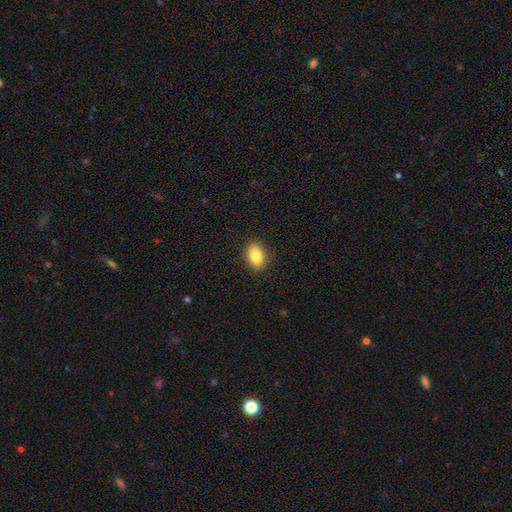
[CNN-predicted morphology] This is clearly a smooth galaxy (84%). How rounded: clearly in between (84%). Merging: clearly none (88%).